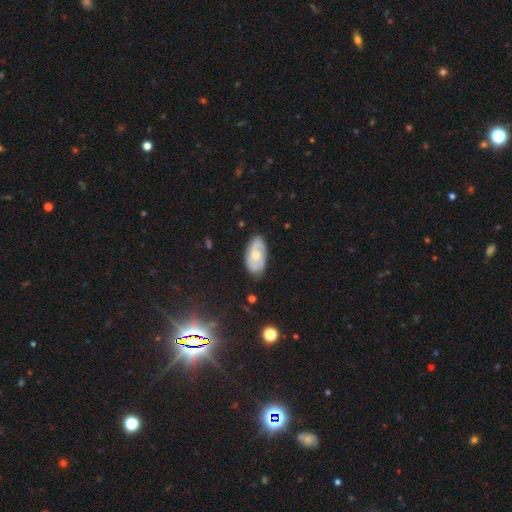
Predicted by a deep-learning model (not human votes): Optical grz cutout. It shows a featured or disk galaxy (65%) with no bar (70%), 2 (49%) tight (49%) spiral arms (87%) and a moderate central bulge (54%). Merging: none (76%).